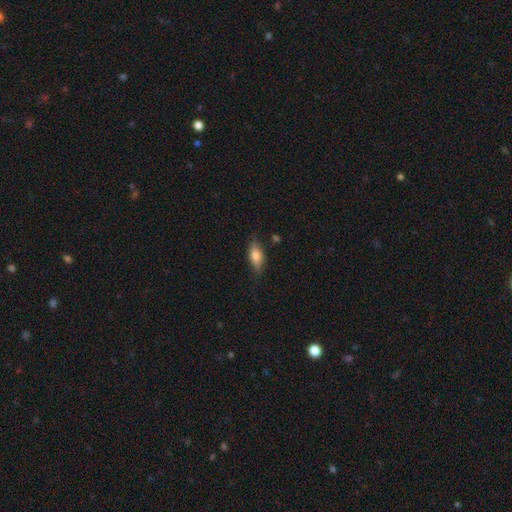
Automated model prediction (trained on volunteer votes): A smooth galaxy with no disk features (71%) that is in between round and cigar-shaped (72%).

Vote fractions:
- Smooth or featured? smooth: 71% / featured or disk: 21% / star or artifact: 7%
- How rounded? in between: 72% / cigar-shaped: 24% / round: 3%
- Merging? none: 79% / minor disturbance: 16% / major disturbance: 3% / merger: 2%